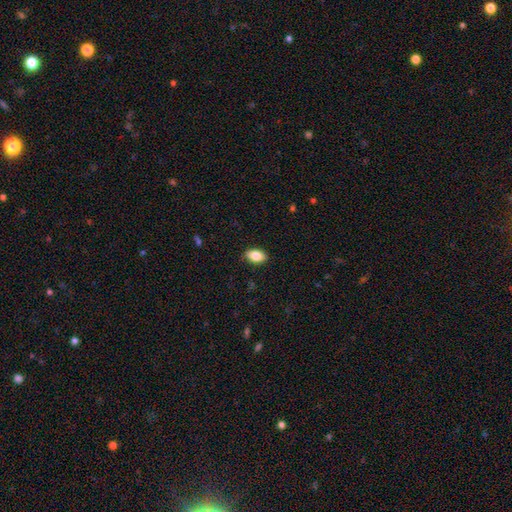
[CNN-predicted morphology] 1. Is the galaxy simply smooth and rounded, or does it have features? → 83% smooth, 10% featured or disk, 7% star or artifact.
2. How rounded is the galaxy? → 90% in between, 7% round, 3% cigar-shaped.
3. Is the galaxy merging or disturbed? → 86% none, 11% minor disturbance, 2% major disturbance, 1% merger.